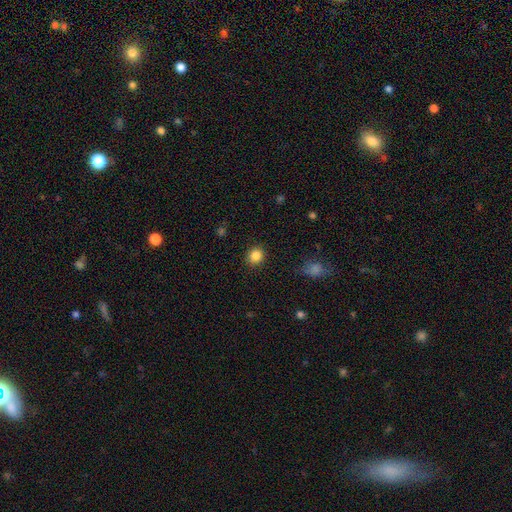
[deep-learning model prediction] Smooth or featured? smooth (85%)
How rounded? round (81%)
Merging? none (89%)